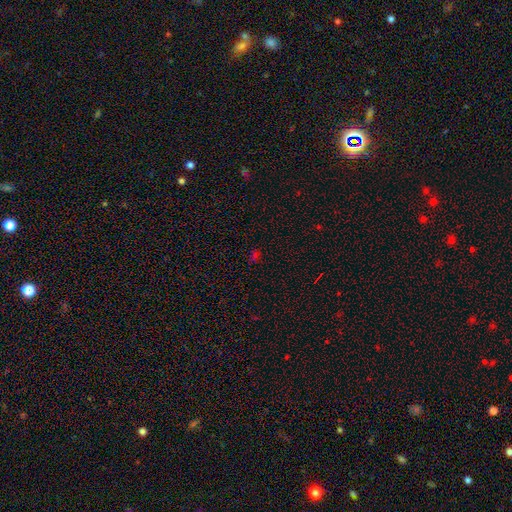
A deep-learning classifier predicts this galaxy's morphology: Q: Smooth or featured?
A: star or artifact (47%); runner-up: smooth (46%)